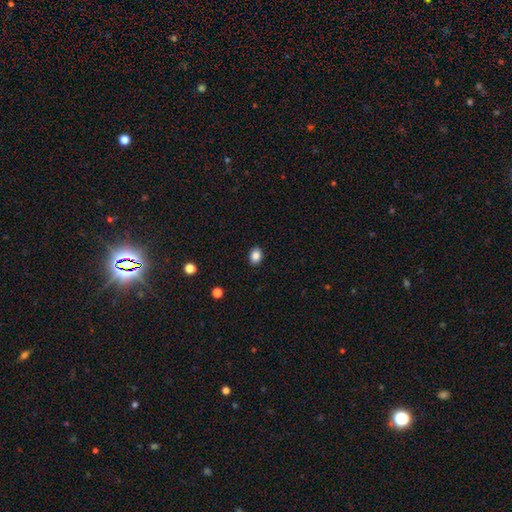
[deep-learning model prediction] smooth 86%, star or artifact 9%, featured or disk 5%. Down the decision tree: how rounded — in between (67%); merging — none (90%).